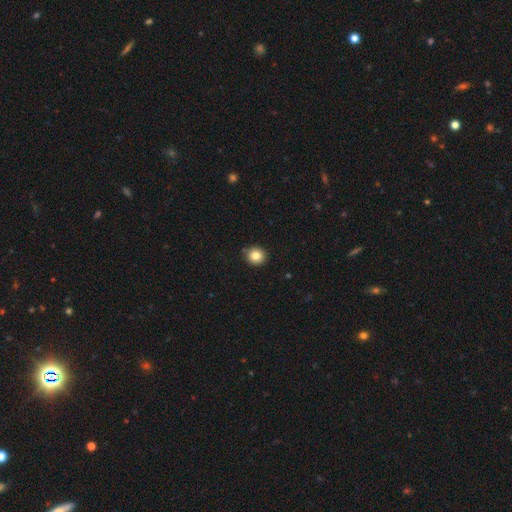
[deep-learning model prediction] Smooth or featured? smooth (83%)
How rounded? round (86%)
Merging? none (87%)